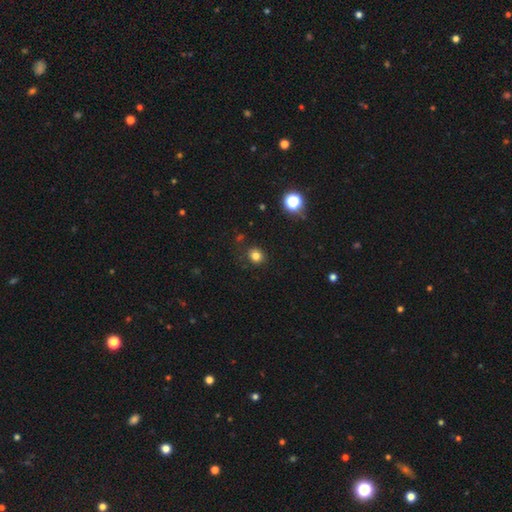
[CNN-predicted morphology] This is likely a smooth galaxy (79%). How rounded: likely round (80%). Merging: clearly none (83%).